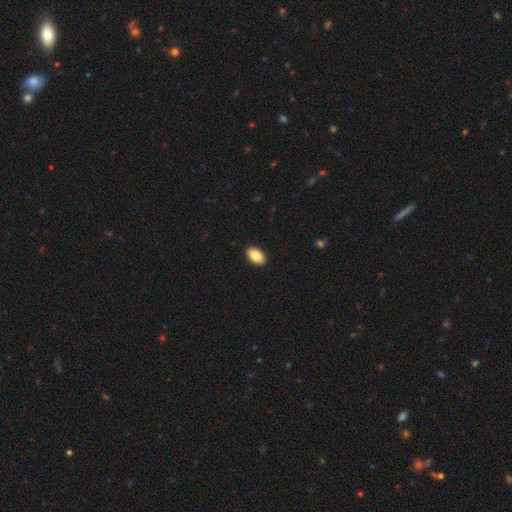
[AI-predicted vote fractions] Smooth or featured? Predicted: smooth (p=0.86). How rounded? Predicted: in between (p=0.94). Merging? Predicted: none (p=0.91).